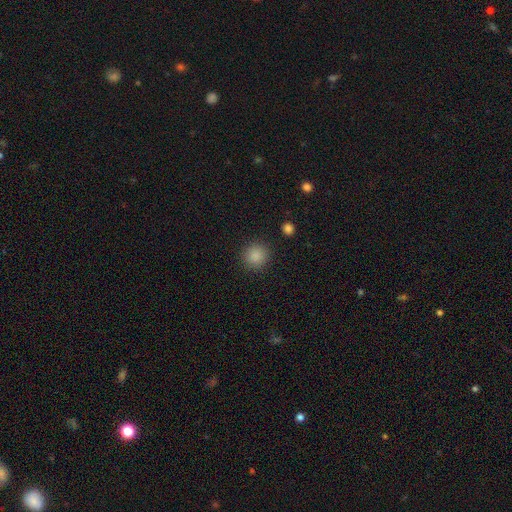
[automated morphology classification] smooth 87%, star or artifact 10%, featured or disk 3%. Down the decision tree: how rounded — round (93%); merging — none (90%).